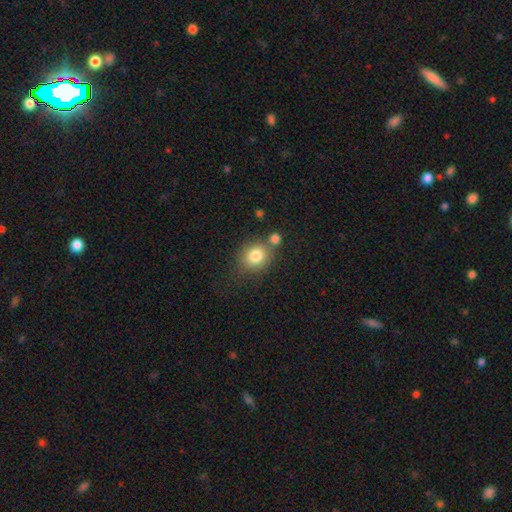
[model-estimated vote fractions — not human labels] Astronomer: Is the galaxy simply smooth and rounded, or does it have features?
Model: smooth — 81%.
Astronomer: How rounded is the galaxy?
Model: round — 71%.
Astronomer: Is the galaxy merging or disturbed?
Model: none — 60%.